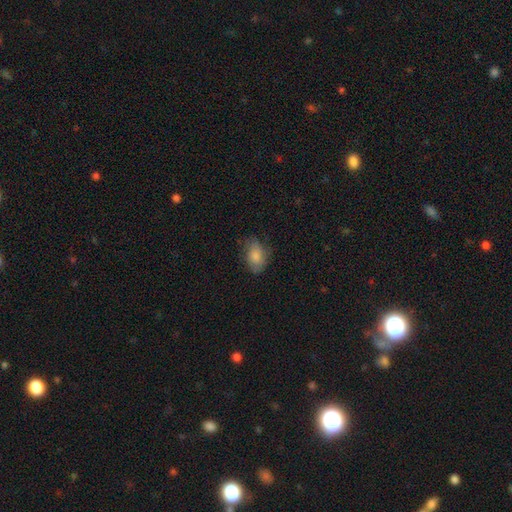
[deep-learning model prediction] This appears to be a smooth galaxy with no disk features (81%) that is in between round and cigar-shaped (85%). Merging: none (68%).